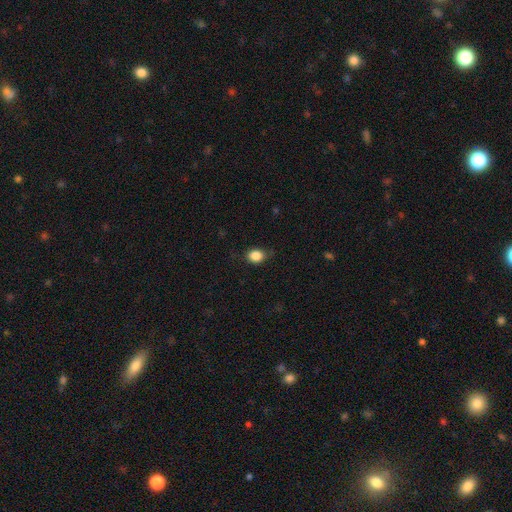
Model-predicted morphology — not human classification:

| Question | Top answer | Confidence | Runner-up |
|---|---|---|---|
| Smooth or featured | smooth | 86% | star or artifact (9%) |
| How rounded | round | 54% | in between (45%) |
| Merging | none | 77% | minor disturbance (18%) |